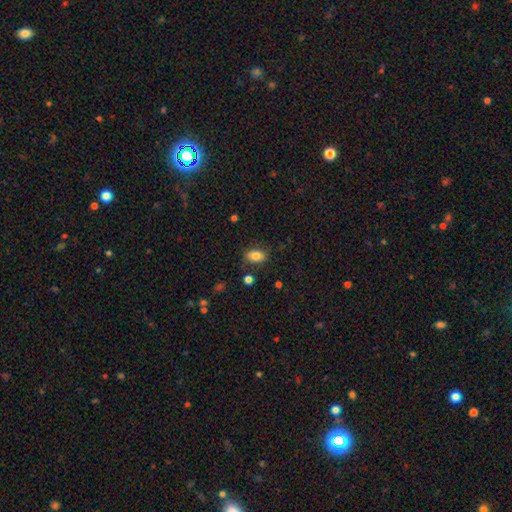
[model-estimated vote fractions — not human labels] smooth_or_featured: smooth (p=0.82) [alt: featured or disk p=0.09]
how_rounded: in between (p=0.84) [alt: round p=0.13]
merging: none (p=0.79) [alt: minor disturbance p=0.14]